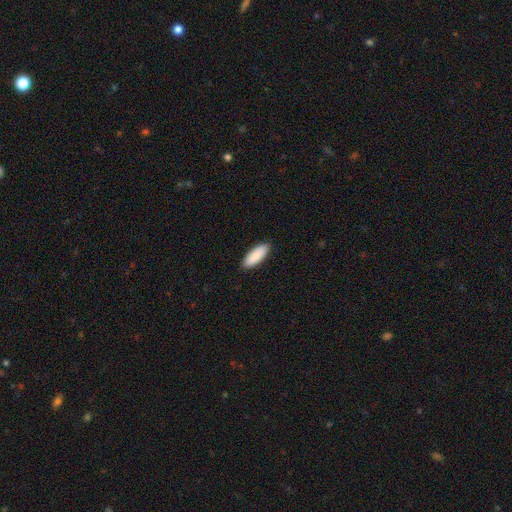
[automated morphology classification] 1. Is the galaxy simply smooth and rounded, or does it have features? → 90% smooth, 5% star or artifact, 4% featured or disk.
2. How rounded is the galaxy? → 74% in between, 24% cigar-shaped, 2% round.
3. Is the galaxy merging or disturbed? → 89% none, 8% minor disturbance, 2% major disturbance, 1% merger.